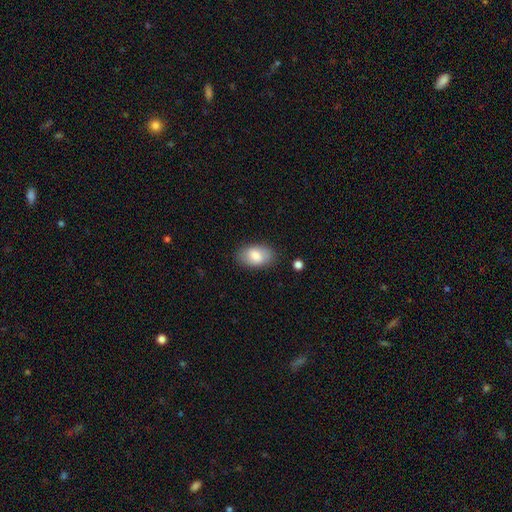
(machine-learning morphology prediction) smooth-or-featured: smooth: 79% | featured or disk: 14% | star or artifact: 7%
  how-rounded: in between: 92% | round: 7% | cigar-shaped: 2%
  merging: none: 81% | minor disturbance: 14% | major disturbance: 4% | merger: 2%